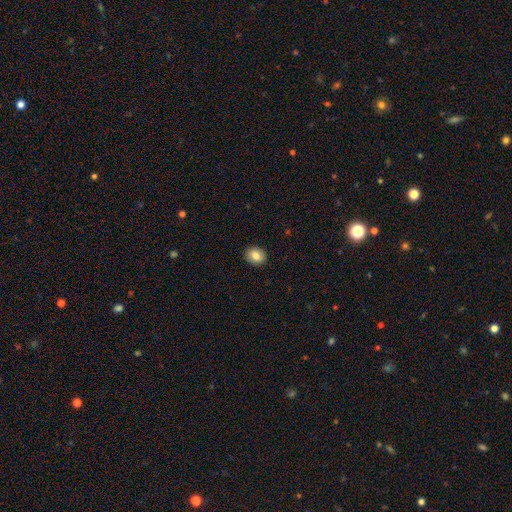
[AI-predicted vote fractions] Morphology: type=smooth (81%); roundness=round (61%); merging=none (91%).